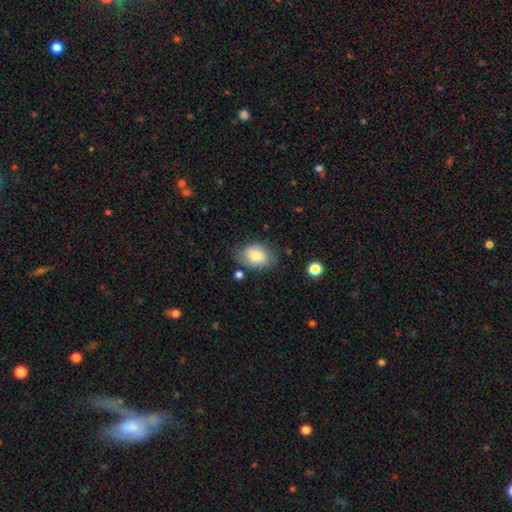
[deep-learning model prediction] Q: Smooth or featured?
A: smooth (73%); runner-up: featured or disk (19%)
Q: How rounded?
A: in between (67%); runner-up: round (32%)
Q: Merging?
A: none (68%); runner-up: minor disturbance (23%)